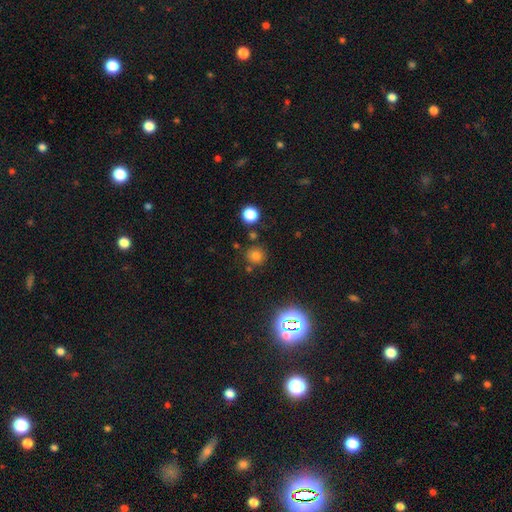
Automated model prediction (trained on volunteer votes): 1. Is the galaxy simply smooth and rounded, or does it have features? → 72% smooth, 21% star or artifact, 7% featured or disk.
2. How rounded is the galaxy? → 91% round, 8% in between, 1% cigar-shaped.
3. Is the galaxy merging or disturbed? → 80% none, 9% minor disturbance, 8% merger, 3% major disturbance.